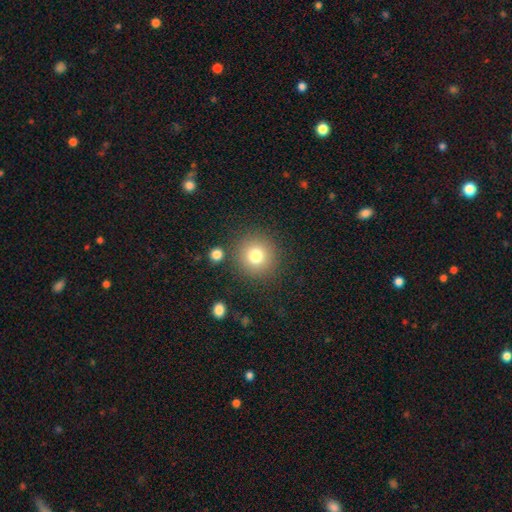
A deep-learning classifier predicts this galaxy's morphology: Overall: smooth (78%). How rounded: round (94%). Merging: none (86%).